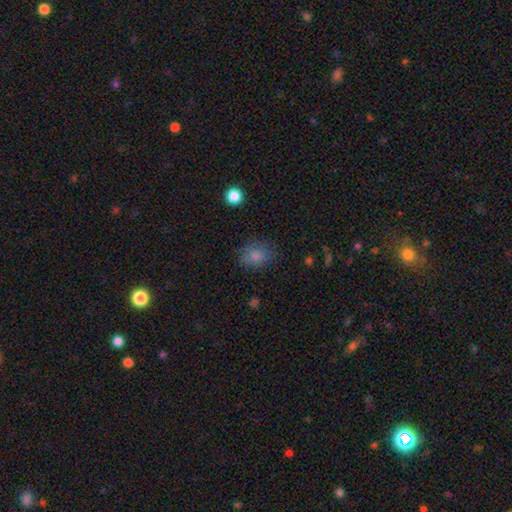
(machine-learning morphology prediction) smooth 77%, star or artifact 14%, featured or disk 8%. Down the decision tree: how rounded — round (53%); merging — none (83%).